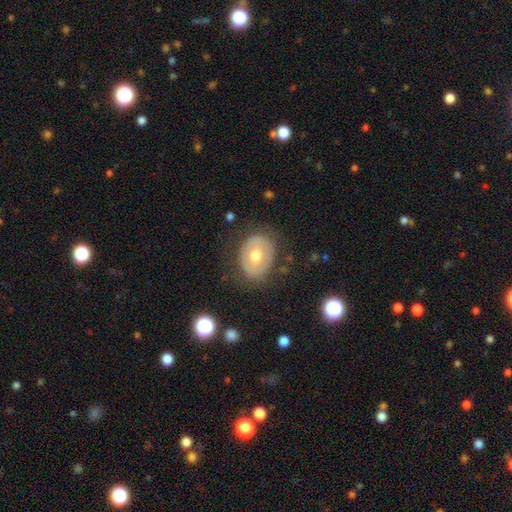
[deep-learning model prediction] Overall: smooth (48%; featured or disk 44%). Merging: none (76%).